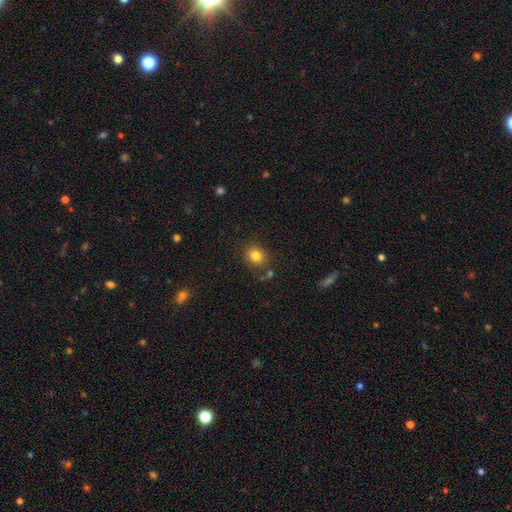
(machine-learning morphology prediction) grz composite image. It shows a smooth galaxy with no disk features (82%) that is round (72%). Merging: none (81%).